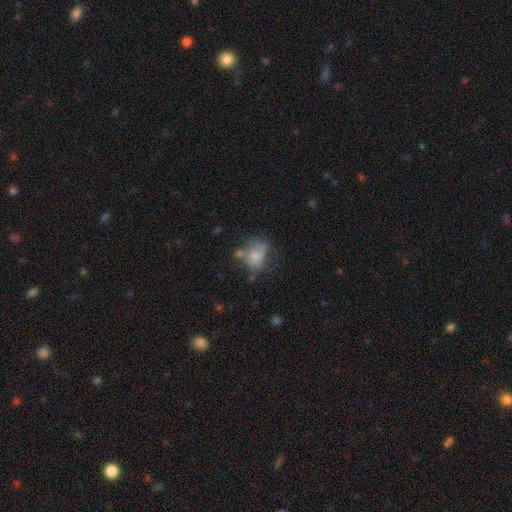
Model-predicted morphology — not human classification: A smooth galaxy with no disk features (70%) that is in between round and cigar-shaped (64%). Merging: none (34%).